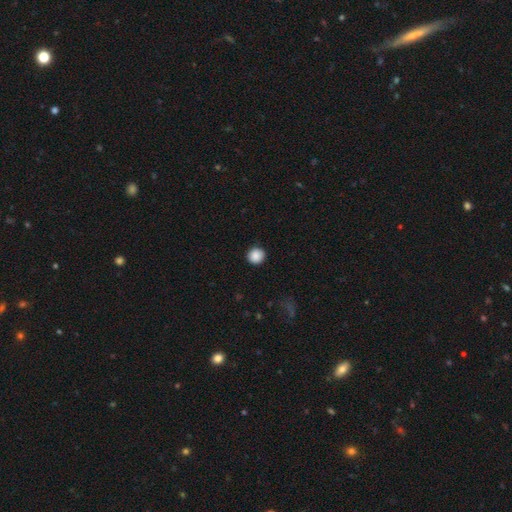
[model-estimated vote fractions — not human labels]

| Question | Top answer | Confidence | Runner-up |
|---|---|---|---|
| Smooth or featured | smooth | 89% | star or artifact (9%) |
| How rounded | round | 94% | in between (5%) |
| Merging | none | 91% | minor disturbance (6%) |